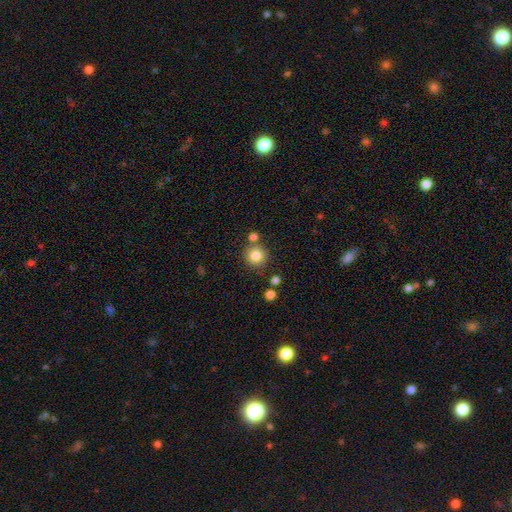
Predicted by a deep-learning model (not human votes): Overall: smooth (83%). How rounded: round (93%). Merging: none (77%).